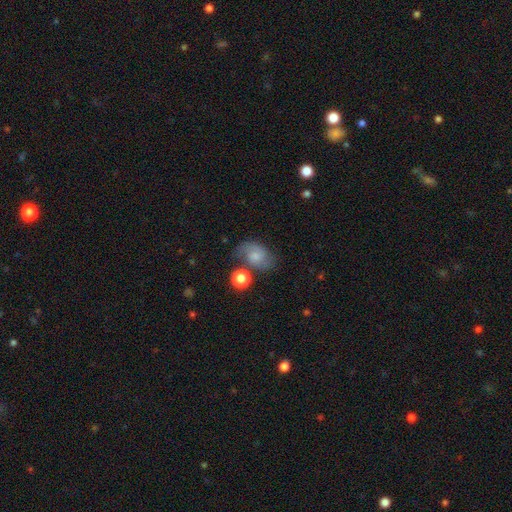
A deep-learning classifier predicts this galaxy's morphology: smooth-or-featured: smooth: 46% | featured or disk: 43% | star or artifact: 10%
  merging: none: 58% | minor disturbance: 21% | merger: 11% | major disturbance: 10%